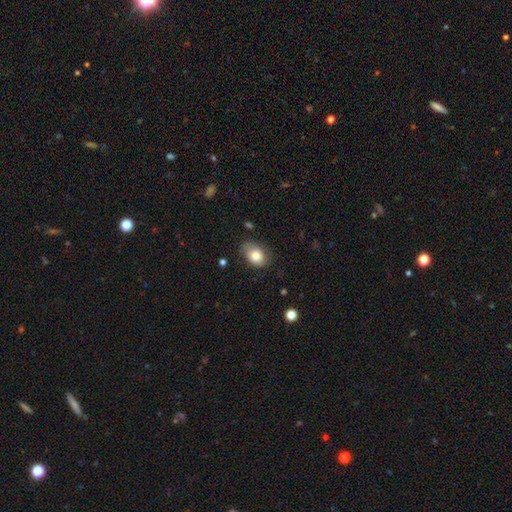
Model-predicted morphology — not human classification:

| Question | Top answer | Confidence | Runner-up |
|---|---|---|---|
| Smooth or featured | smooth | 79% | featured or disk (13%) |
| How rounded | in between | 79% | round (19%) |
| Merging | none | 70% | minor disturbance (23%) |